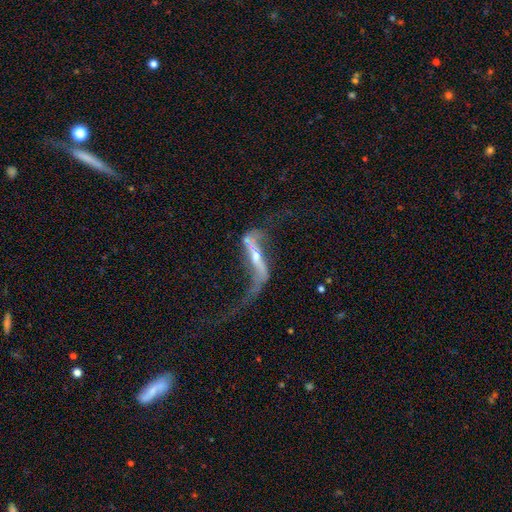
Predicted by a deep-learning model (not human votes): A featured or disk galaxy (79%) with a strong bar (52%), spiral arms (74%) and a small central bulge (50%). Merging: major disturbance (45%).